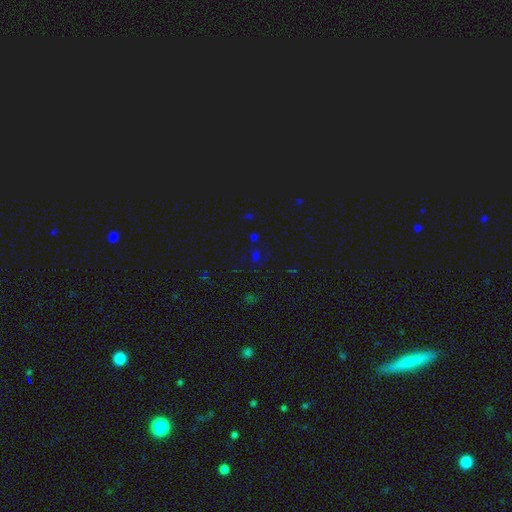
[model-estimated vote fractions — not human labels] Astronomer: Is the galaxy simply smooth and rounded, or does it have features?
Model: star or artifact — 54% (runner-up: smooth, 39%).